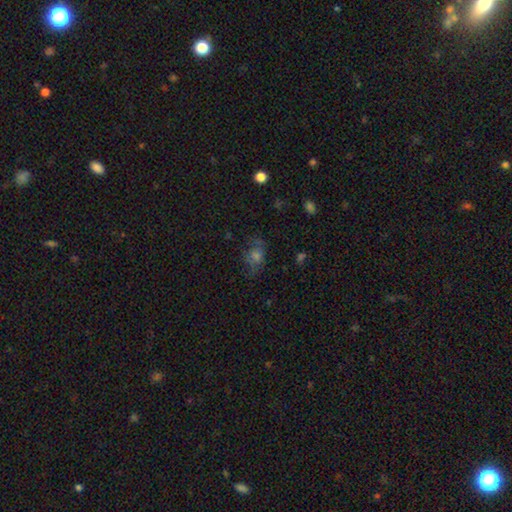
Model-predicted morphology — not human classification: smooth-or-featured: smooth: 48% | featured or disk: 26% | star or artifact: 26%
  merging: none: 62% | minor disturbance: 21% | major disturbance: 14% | merger: 2%